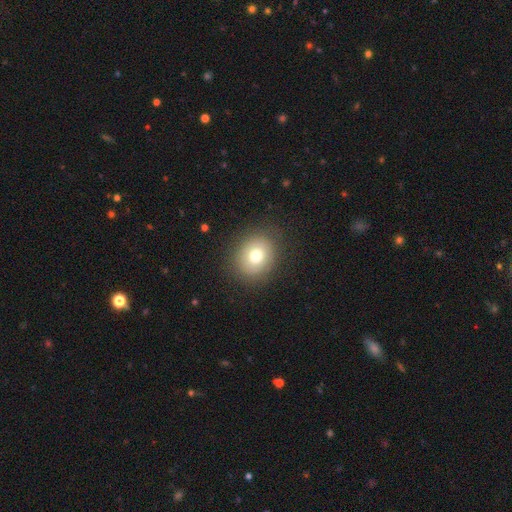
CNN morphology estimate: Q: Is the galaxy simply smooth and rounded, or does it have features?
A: smooth — 74%.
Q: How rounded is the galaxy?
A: round — 65%.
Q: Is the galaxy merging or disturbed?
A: none — 86%.